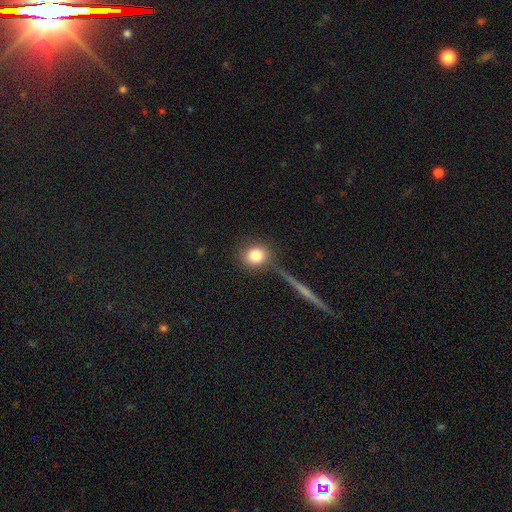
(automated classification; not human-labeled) The model was most divided on "merging": none: 76%, minor disturbance: 11%, merger: 8%, major disturbance: 5%. More confident: how rounded — round (84%); smooth or featured — smooth (81%).